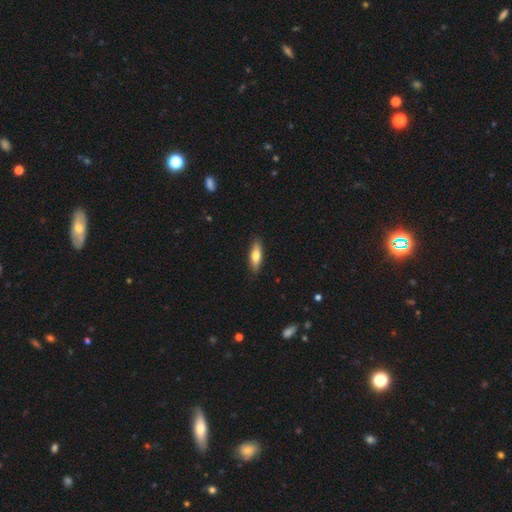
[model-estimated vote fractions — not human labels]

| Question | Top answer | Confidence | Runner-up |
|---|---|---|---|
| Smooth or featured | smooth | 60% | featured or disk (34%) |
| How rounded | cigar-shaped | 52% | in between (45%) |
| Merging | none | 89% | minor disturbance (9%) |